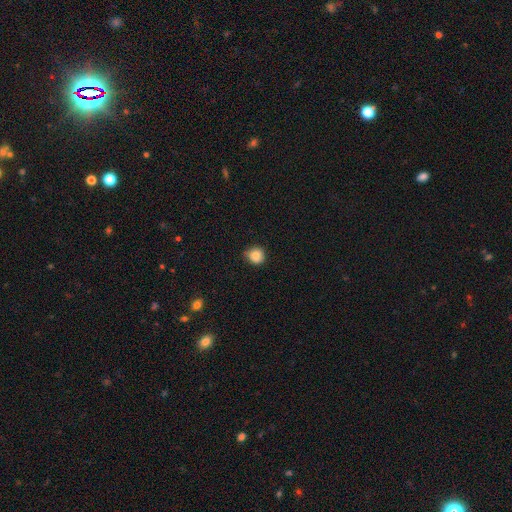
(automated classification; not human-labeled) Overall: smooth (85%). How rounded: round (87%). Merging: none (75%).